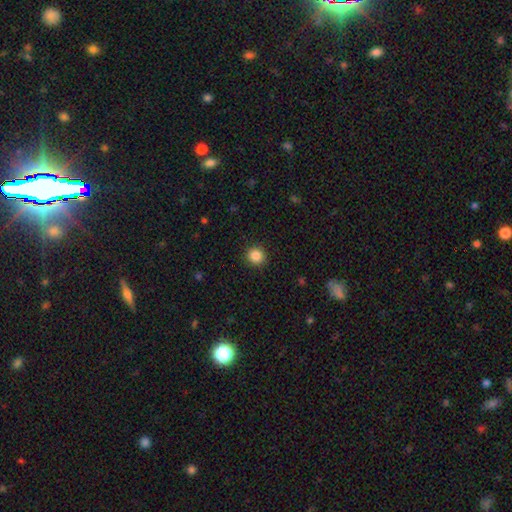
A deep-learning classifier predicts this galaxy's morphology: smooth-or-featured: smooth: 86% | star or artifact: 10% | featured or disk: 3%
  how-rounded: round: 92% | in between: 7% | cigar-shaped: 1%
  merging: none: 92% | minor disturbance: 5% | major disturbance: 2% | merger: 1%